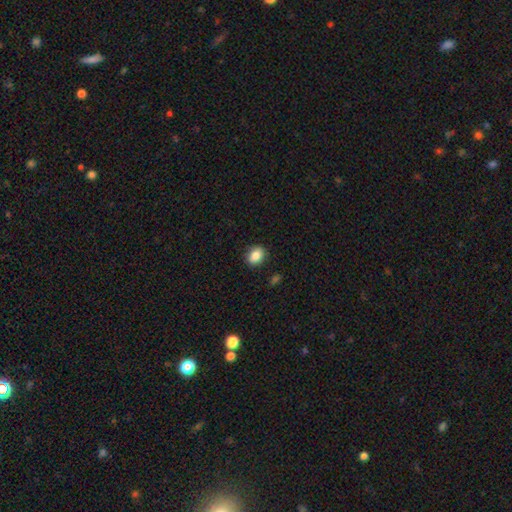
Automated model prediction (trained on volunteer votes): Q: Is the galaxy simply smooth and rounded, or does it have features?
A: smooth — 86%.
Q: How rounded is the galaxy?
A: in between — 63%.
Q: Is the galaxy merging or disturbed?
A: none — 88%.